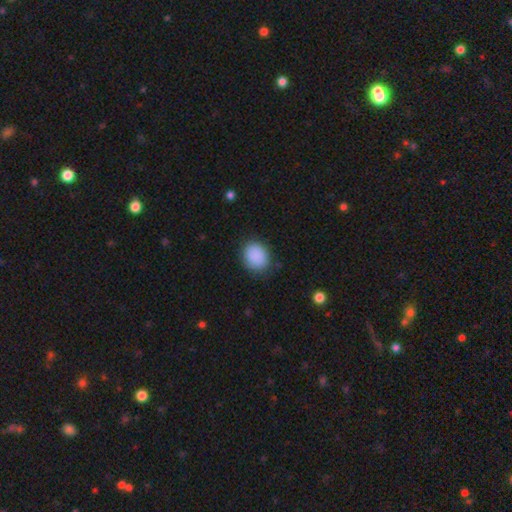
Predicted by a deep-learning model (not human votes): Smooth or featured?
  - smooth: 89% *
  - star or artifact: 8%
  - featured or disk: 3%
How rounded?
  - round: 56% *
  - in between: 43%
  - cigar-shaped: 1%
Merging?
  - none: 83% *
  - minor disturbance: 12%
  - major disturbance: 3%
  - merger: 1%